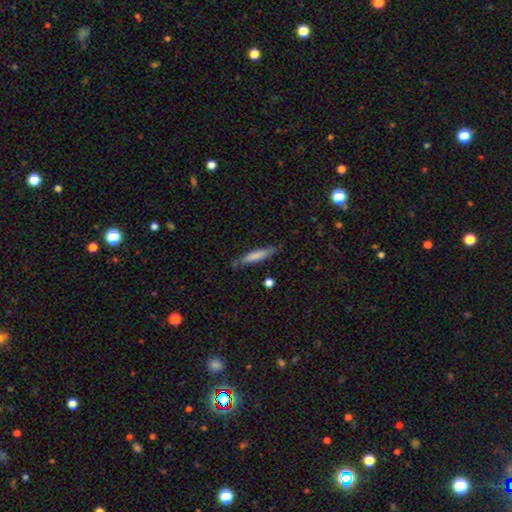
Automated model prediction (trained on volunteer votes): The model was most divided on "smooth or featured": smooth: 74%, featured or disk: 20%, star or artifact: 6%. More confident: how rounded — cigar-shaped (87%); merging — none (75%).